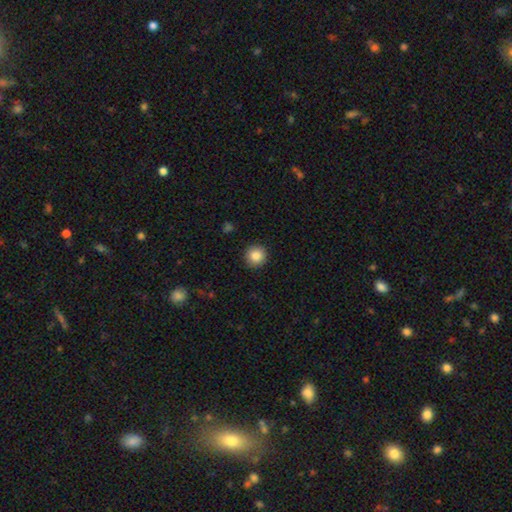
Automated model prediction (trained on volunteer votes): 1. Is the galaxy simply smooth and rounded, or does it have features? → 87% smooth, 9% star or artifact, 4% featured or disk.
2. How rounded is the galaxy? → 94% round, 5% in between, 1% cigar-shaped.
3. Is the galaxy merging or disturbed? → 92% none, 6% minor disturbance, 2% major disturbance, 1% merger.